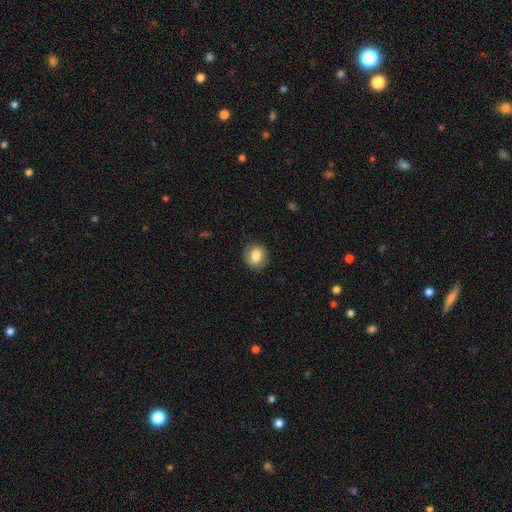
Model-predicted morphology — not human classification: type=smooth (79%); roundness=round (73%); merging=none (86%).